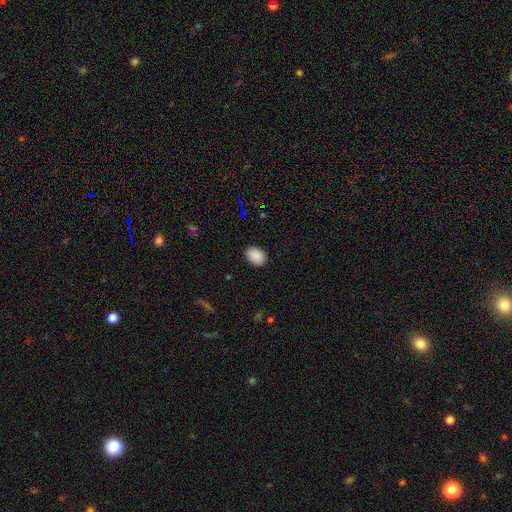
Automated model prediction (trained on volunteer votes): This is clearly a smooth galaxy (89%). How rounded: likely in between (77%). Merging: clearly none (89%).